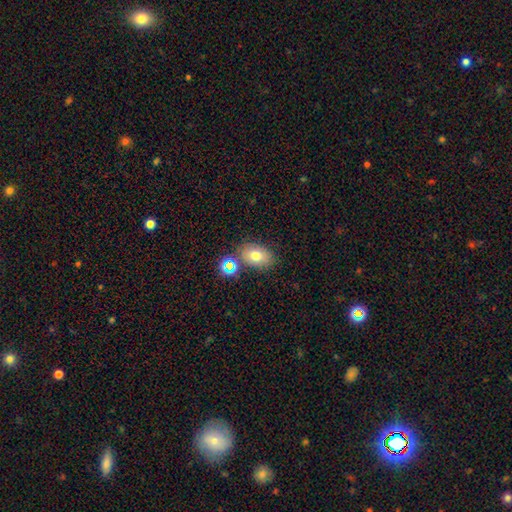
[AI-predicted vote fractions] Morphology: type=smooth (72%); roundness=in between (80%); merging=none (73%).